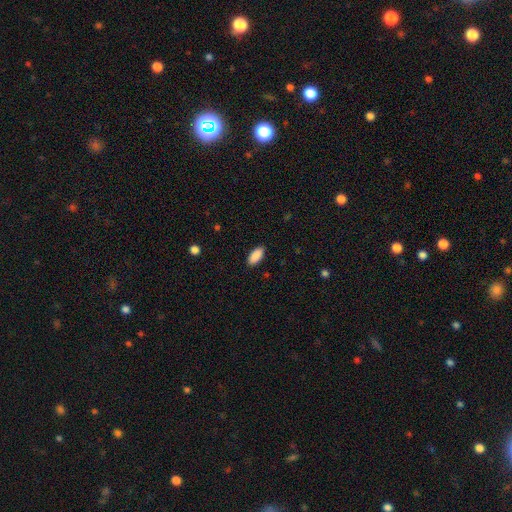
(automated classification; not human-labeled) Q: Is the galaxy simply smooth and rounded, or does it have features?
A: smooth — 90%.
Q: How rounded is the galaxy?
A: in between — 89%.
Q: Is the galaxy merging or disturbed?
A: none — 89%.